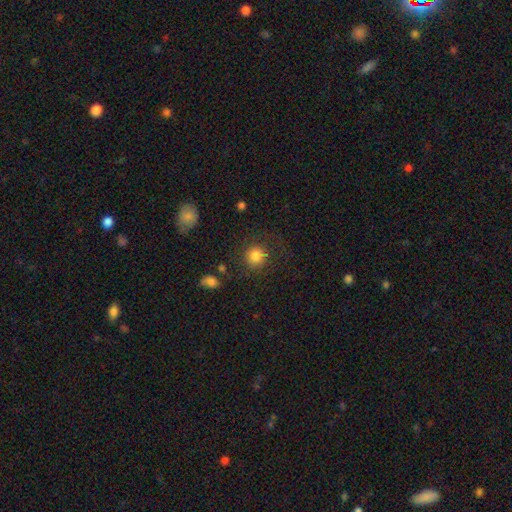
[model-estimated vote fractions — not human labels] Q: Smooth or featured?
A: smooth (82%); runner-up: star or artifact (11%)
Q: How rounded?
A: round (90%); runner-up: in between (9%)
Q: Merging?
A: none (77%); runner-up: minor disturbance (11%)